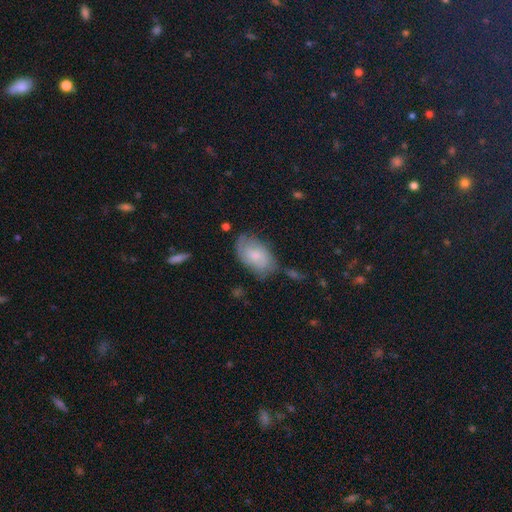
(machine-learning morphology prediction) A smooth galaxy with no disk features (59%) that is in between round and cigar-shaped (91%). Merging: none (58%).